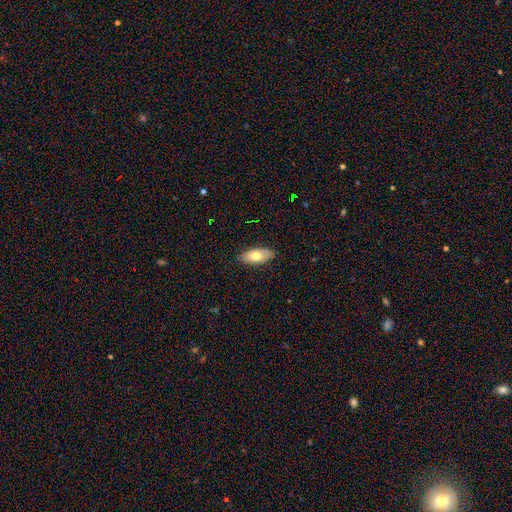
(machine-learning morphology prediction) A smooth galaxy with no disk features (70%) that is in between round and cigar-shaped (86%).

Vote fractions:
- Smooth or featured? smooth: 70% / featured or disk: 23% / star or artifact: 7%
- How rounded? in between: 86% / cigar-shaped: 11% / round: 3%
- Merging? none: 87% / minor disturbance: 11% / major disturbance: 2% / merger: 1%